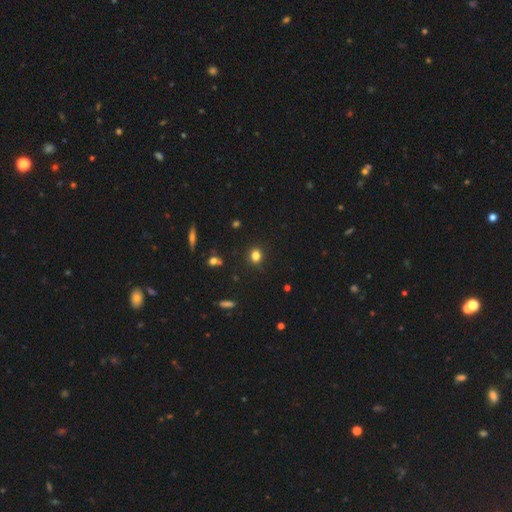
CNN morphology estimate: This appears to be a smooth galaxy with no disk features (80%) that is round (73%). Merging: none (86%).